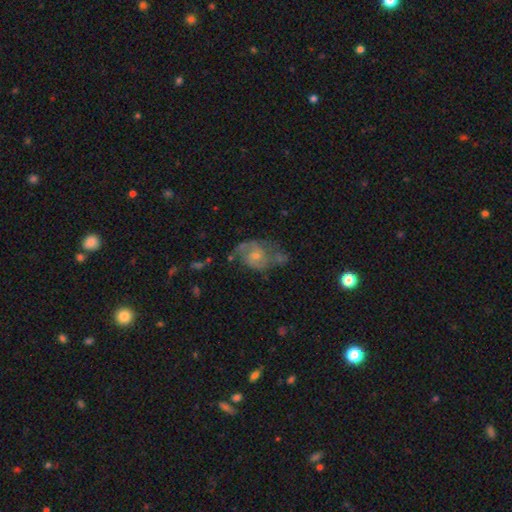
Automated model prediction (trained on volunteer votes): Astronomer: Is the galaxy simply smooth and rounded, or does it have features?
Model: featured or disk — 71%.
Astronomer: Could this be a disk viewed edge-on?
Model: no — 97%.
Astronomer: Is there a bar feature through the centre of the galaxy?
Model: no — 70%.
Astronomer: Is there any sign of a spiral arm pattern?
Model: yes — 84%.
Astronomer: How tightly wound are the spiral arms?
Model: medium — 47% (runner-up: loose, 27%).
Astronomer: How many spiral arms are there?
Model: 2 — 72%.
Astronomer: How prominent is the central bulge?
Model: small — 57% (runner-up: moderate, 36%).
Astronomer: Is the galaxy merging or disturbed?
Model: none — 47% (runner-up: minor disturbance, 25%).